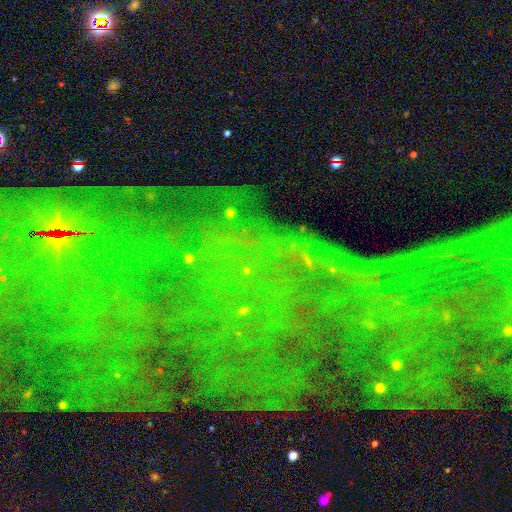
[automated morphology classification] Overall: star or artifact (79%).